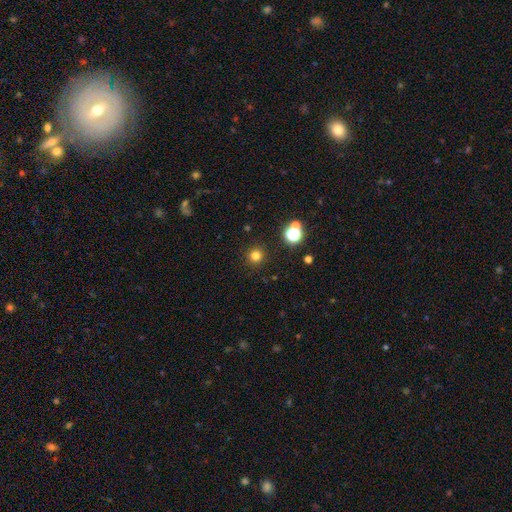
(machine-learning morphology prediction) Smooth or featured? smooth (78%)
How rounded? round (95%)
Merging? none (91%)